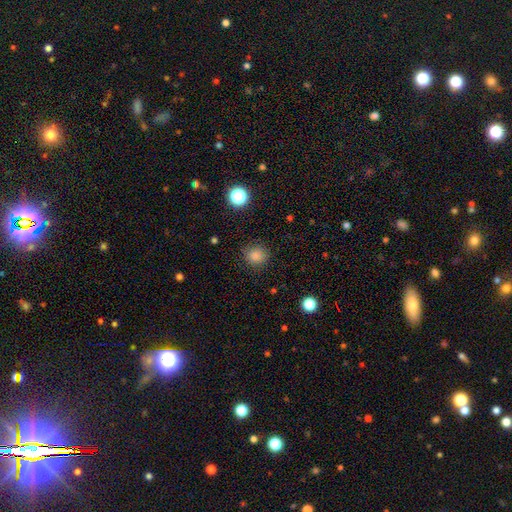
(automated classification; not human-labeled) Smooth or featured? smooth (83%)
How rounded? round (86%)
Merging? none (86%)